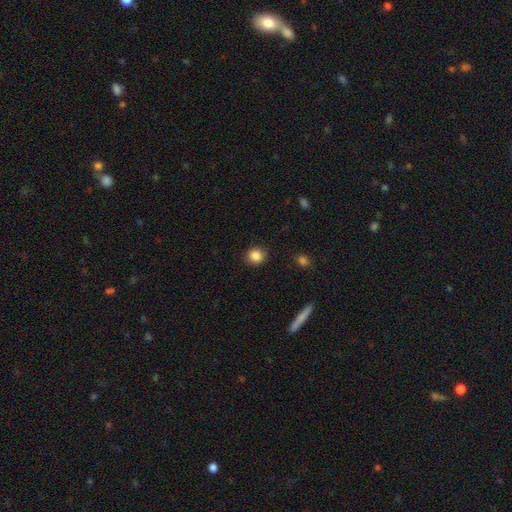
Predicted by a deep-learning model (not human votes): smooth 86%, star or artifact 10%, featured or disk 4%. Down the decision tree: how rounded — round (84%); merging — none (90%).